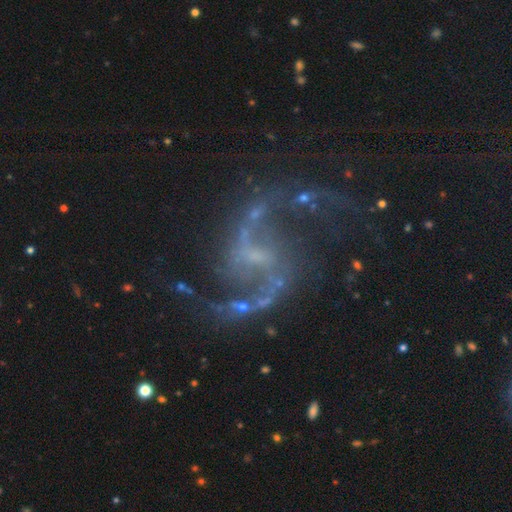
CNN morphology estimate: Smooth or featured? Predicted: featured or disk (p=0.90). Edge-on disk? Predicted: no (p=0.98). Bar? Predicted: weak (p=0.51). Spiral arms? Predicted: yes (p=0.97). Spiral winding? Predicted: loose (p=0.70). Spiral arm count? Predicted: 2 (p=0.93). Bulge size? Predicted: small (p=0.49). Merging? Predicted: none (p=0.67).